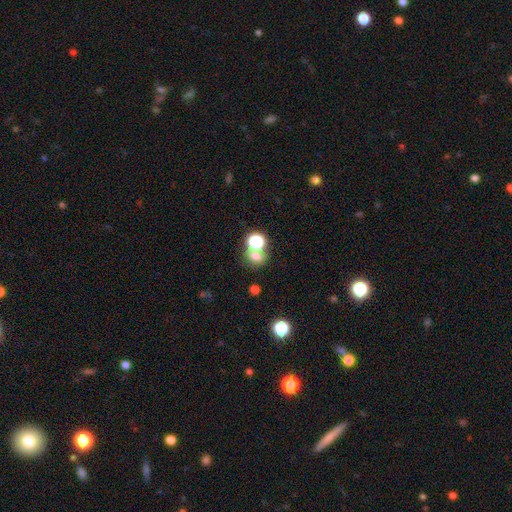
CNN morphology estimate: A smooth galaxy with no disk features (65%) that is round (61%). Merging: none (51%).